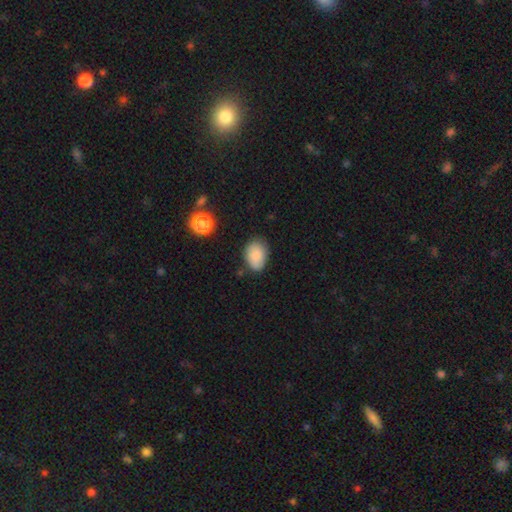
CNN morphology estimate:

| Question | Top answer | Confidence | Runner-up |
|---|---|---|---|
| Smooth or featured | smooth | 81% | featured or disk (11%) |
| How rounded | in between | 78% | round (21%) |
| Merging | none | 72% | minor disturbance (22%) |